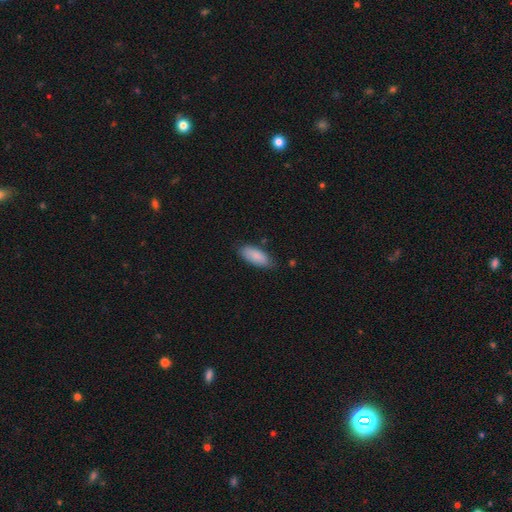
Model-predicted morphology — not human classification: smooth-or-featured: smooth: 87% | featured or disk: 7% | star or artifact: 6%
  how-rounded: in between: 82% | cigar-shaped: 16% | round: 2%
  merging: none: 79% | minor disturbance: 17% | major disturbance: 3% | merger: 2%